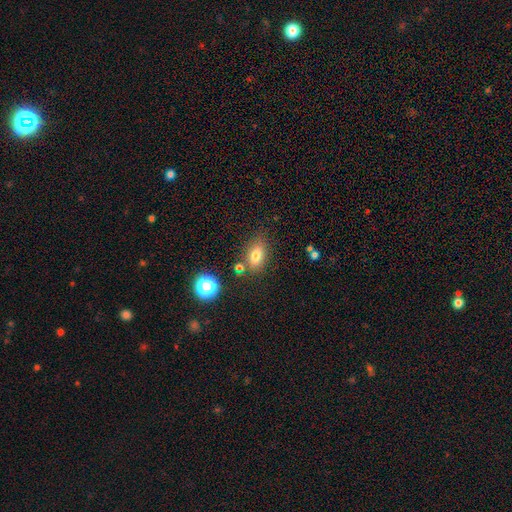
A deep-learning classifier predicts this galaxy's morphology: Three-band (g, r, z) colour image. It shows a smooth galaxy with no disk features (75%) that is in between round and cigar-shaped (80%). Merging: none (75%).